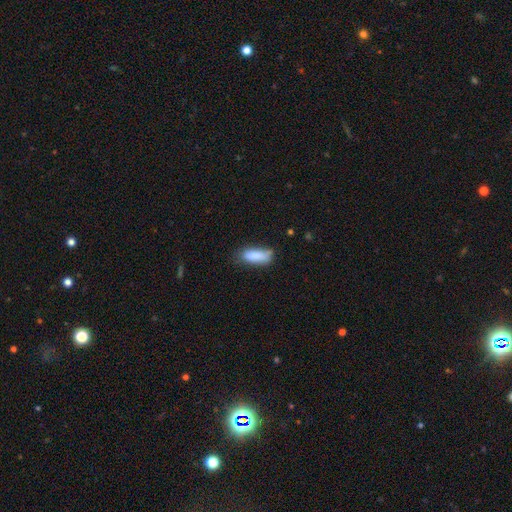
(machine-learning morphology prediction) Overall: smooth (85%). How rounded: in between (70%). Merging: none (56%; minor disturbance 32%).